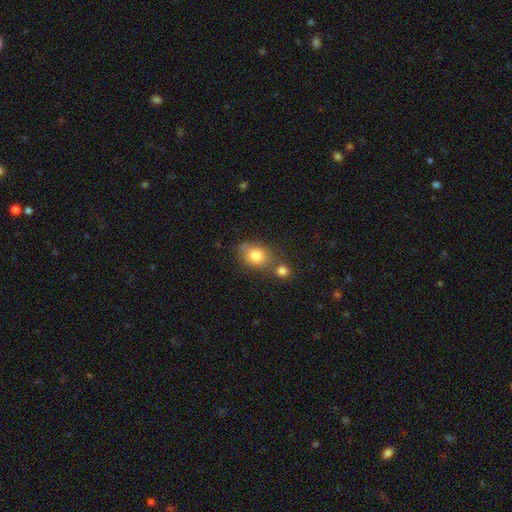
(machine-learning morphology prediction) This is likely a smooth galaxy (79%). How rounded: likely in between (62%). Merging: possibly none (52%).